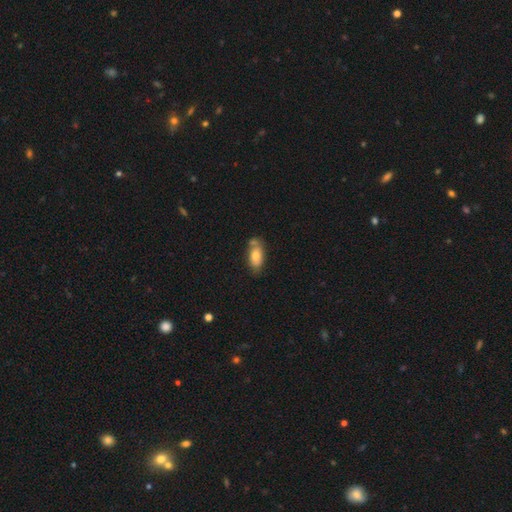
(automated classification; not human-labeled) This is likely a smooth galaxy (75%). How rounded: clearly in between (89%). Merging: possibly none (60%).